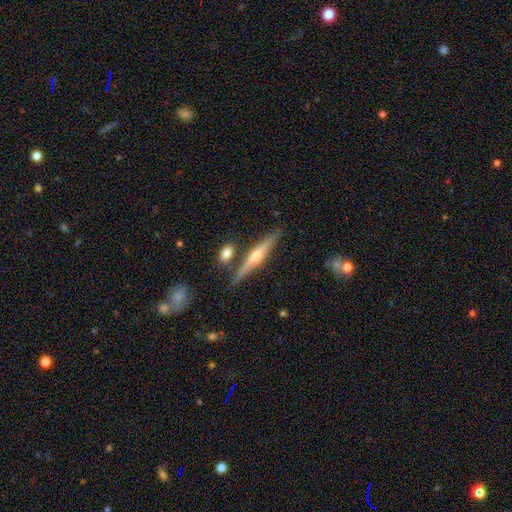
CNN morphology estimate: This appears to be a featured or disk galaxy (69%) viewed edge-on (97%) with a rounded central bulge (80%). Merging: none (82%).